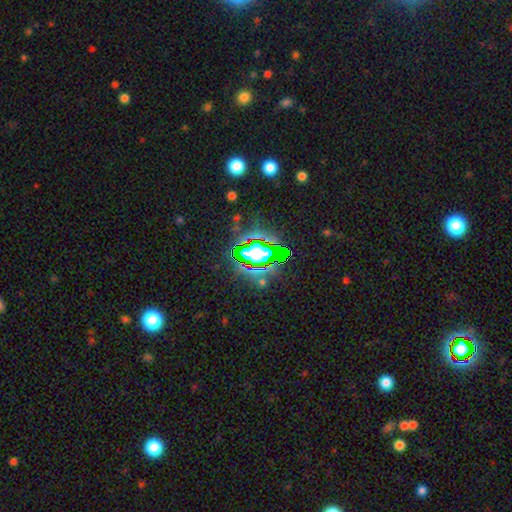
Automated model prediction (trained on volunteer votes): smooth-or-featured: star or artifact: 67% | smooth: 19% | featured or disk: 13%